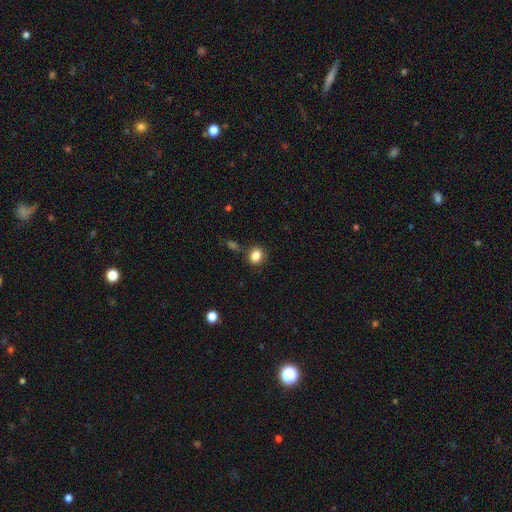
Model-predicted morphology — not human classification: smooth 84%, star or artifact 10%, featured or disk 5%. Down the decision tree: how rounded — round (59%); merging — none (77%).